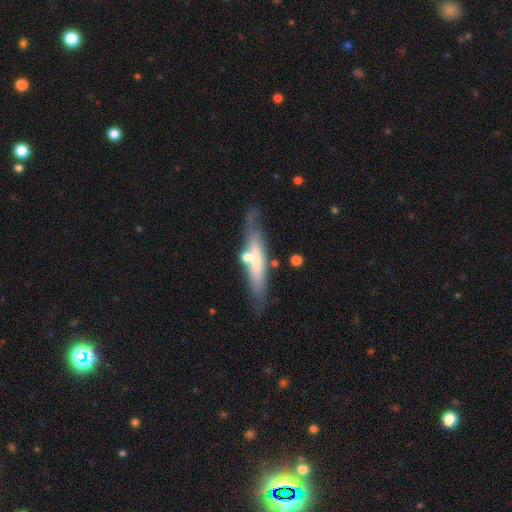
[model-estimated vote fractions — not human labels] A featured or disk galaxy (47%). Merging: none (68%).